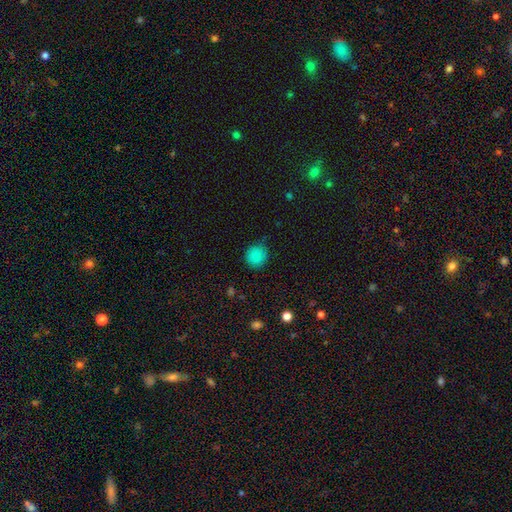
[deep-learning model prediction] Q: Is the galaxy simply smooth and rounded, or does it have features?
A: smooth — 83%.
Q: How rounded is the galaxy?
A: round — 90%.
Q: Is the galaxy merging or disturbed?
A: none — 80%.